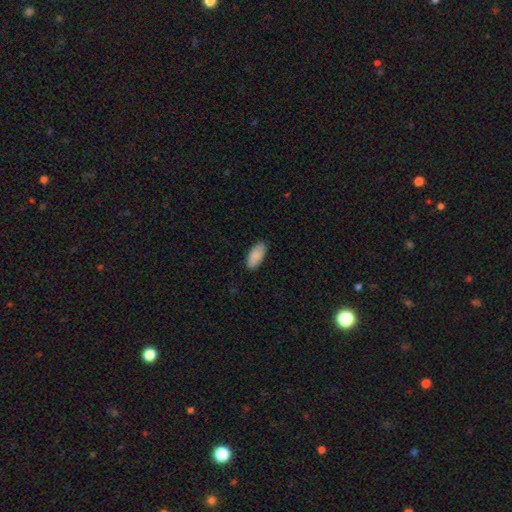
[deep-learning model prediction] Smooth or featured? smooth (89%)
How rounded? in between (91%)
Merging? none (87%)